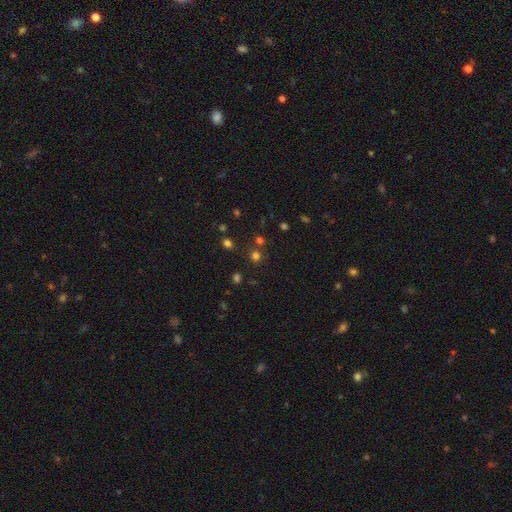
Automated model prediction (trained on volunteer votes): Overall: smooth (65%; star or artifact 29%). How rounded: round (89%). Merging: none (77%).